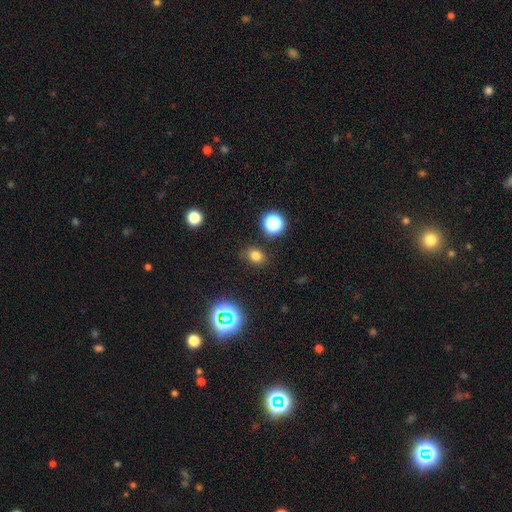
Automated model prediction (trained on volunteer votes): Smooth or featured?
  - smooth: 76% *
  - star or artifact: 18%
  - featured or disk: 6%
How rounded?
  - round: 56% *
  - in between: 43%
  - cigar-shaped: 1%
Merging?
  - none: 85% *
  - minor disturbance: 10%
  - major disturbance: 3%
  - merger: 2%